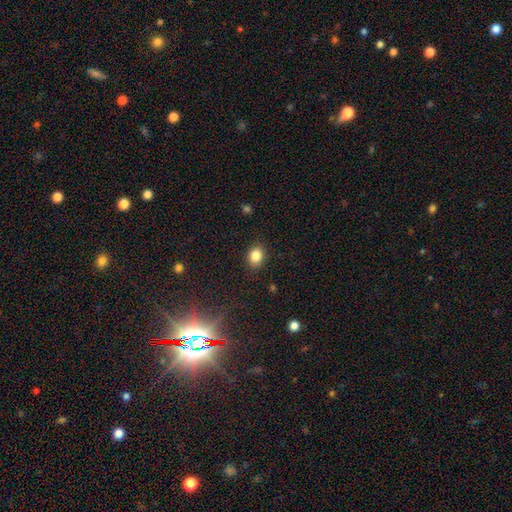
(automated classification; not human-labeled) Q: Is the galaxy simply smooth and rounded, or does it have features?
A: smooth — 84%.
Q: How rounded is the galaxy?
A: in between — 55%.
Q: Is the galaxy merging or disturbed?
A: none — 87%.